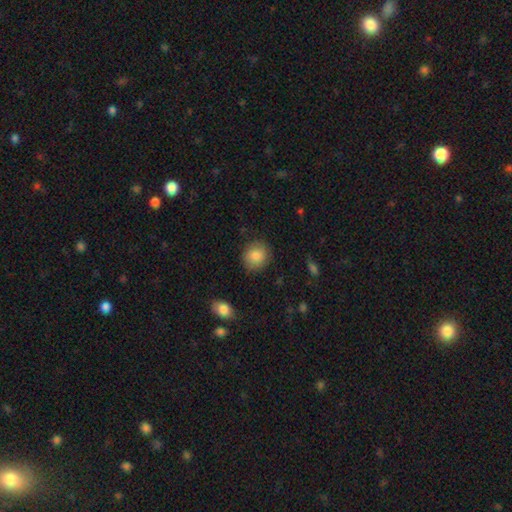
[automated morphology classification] Smooth or featured? smooth (85%)
How rounded? round (79%)
Merging? none (86%)